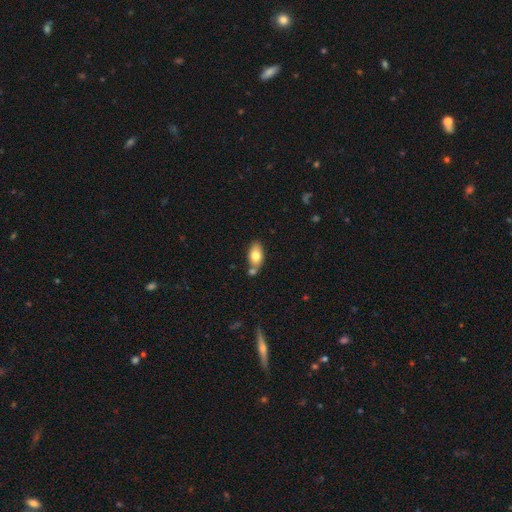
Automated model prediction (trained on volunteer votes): Smooth or featured? Predicted: smooth (p=0.76). How rounded? Predicted: in between (p=0.90). Merging? Predicted: none (p=0.58).